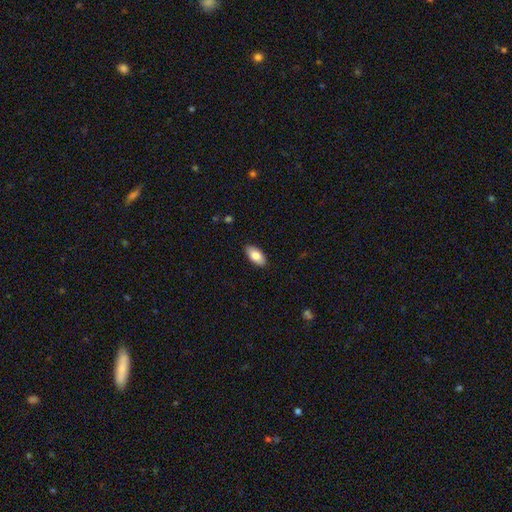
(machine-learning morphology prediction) A smooth galaxy with no disk features (82%) that is in between round and cigar-shaped (93%).

Vote fractions:
- Smooth or featured? smooth: 82% / featured or disk: 11% / star or artifact: 6%
- How rounded? in between: 93% / cigar-shaped: 5% / round: 3%
- Merging? none: 88% / minor disturbance: 9% / major disturbance: 2% / merger: 1%